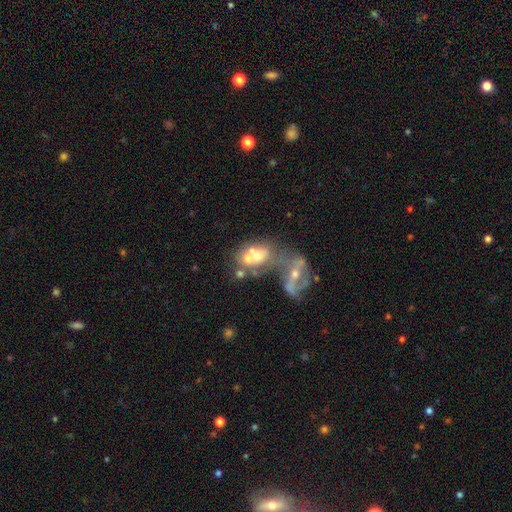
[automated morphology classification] Smooth or featured? Predicted: featured or disk (p=0.48). Merging? Predicted: merger (p=0.67).